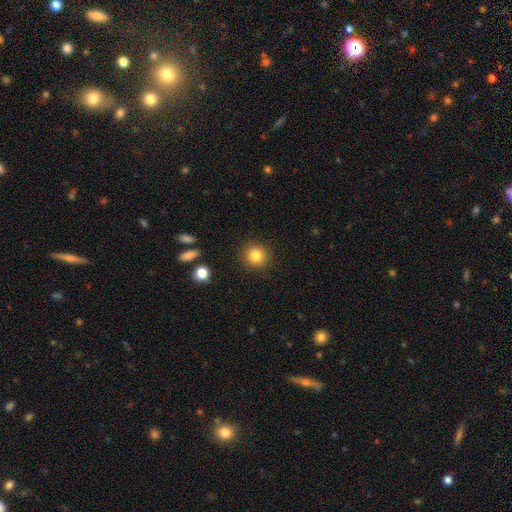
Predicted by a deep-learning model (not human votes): This appears to be a smooth galaxy with no disk features (83%) that is round (91%). Merging: none (90%).